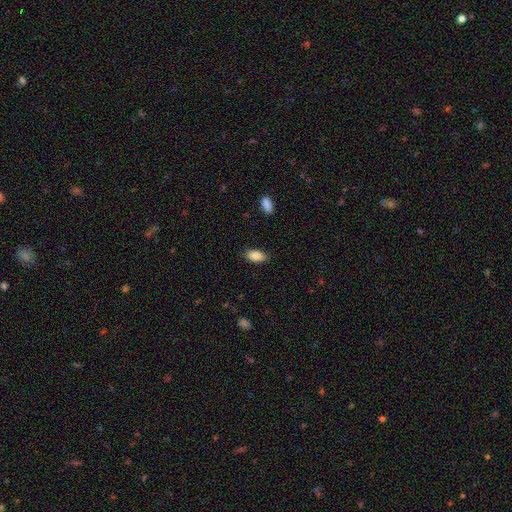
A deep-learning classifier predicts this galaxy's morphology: Overall: smooth (87%). How rounded: in between (90%). Merging: none (83%).